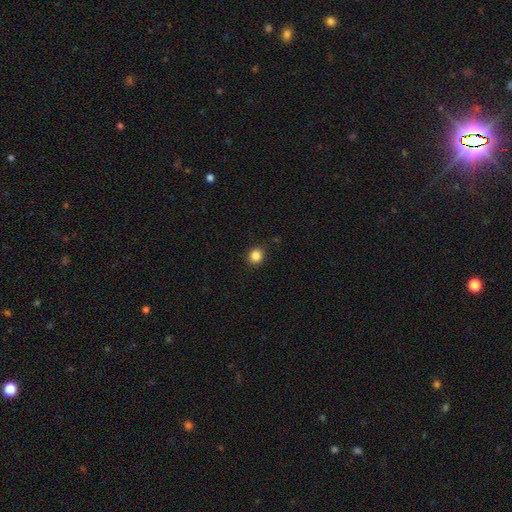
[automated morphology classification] A smooth galaxy with no disk features (85%) that is round (82%).

Vote fractions:
- Smooth or featured? smooth: 85% / star or artifact: 11% / featured or disk: 4%
- How rounded? round: 82% / in between: 17% / cigar-shaped: 1%
- Merging? none: 90% / minor disturbance: 7% / major disturbance: 2% / merger: 1%